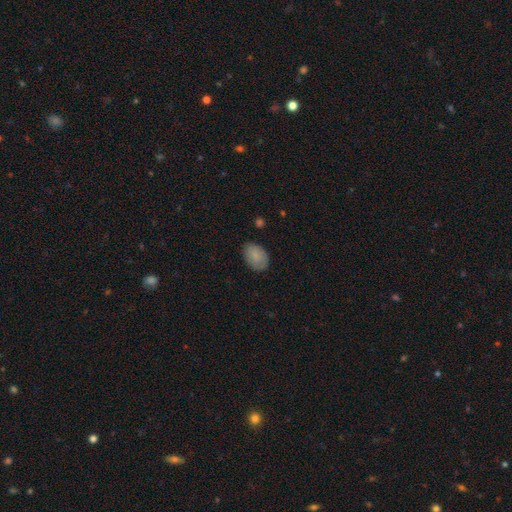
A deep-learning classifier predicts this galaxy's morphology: A smooth galaxy with no disk features (84%) that is in between round and cigar-shaped (84%). Merging: none (81%).